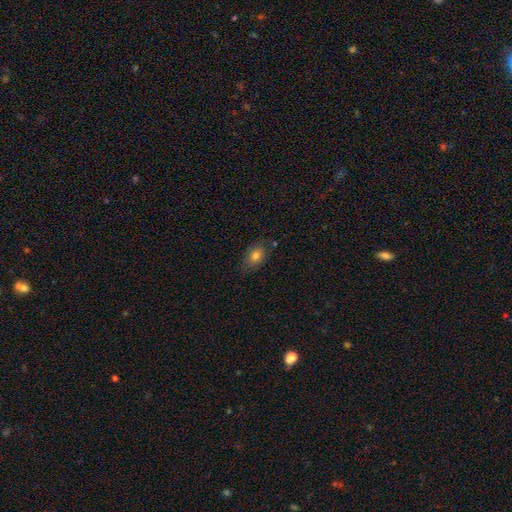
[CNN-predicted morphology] smooth 78%, featured or disk 12%, star or artifact 10%. Down the decision tree: how rounded — in between (77%); merging — none (76%).